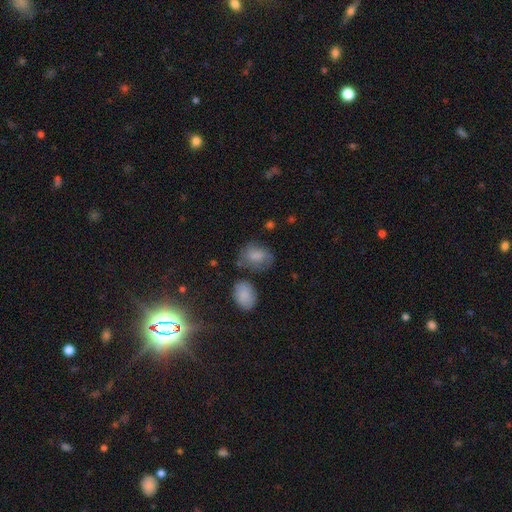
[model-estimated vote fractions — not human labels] A smooth galaxy with no disk features (47%).

Vote fractions:
- Smooth or featured? smooth: 47% / star or artifact: 30% / featured or disk: 23%
- Merging? none: 64% / minor disturbance: 19% / major disturbance: 8% / merger: 8%